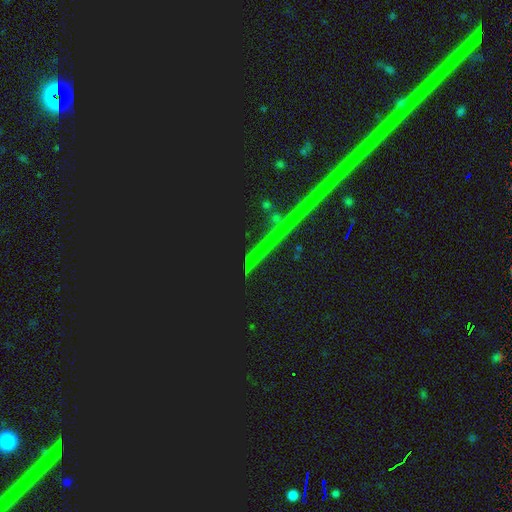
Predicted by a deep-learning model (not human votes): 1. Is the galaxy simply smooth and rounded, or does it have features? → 87% star or artifact, 8% featured or disk, 6% smooth.